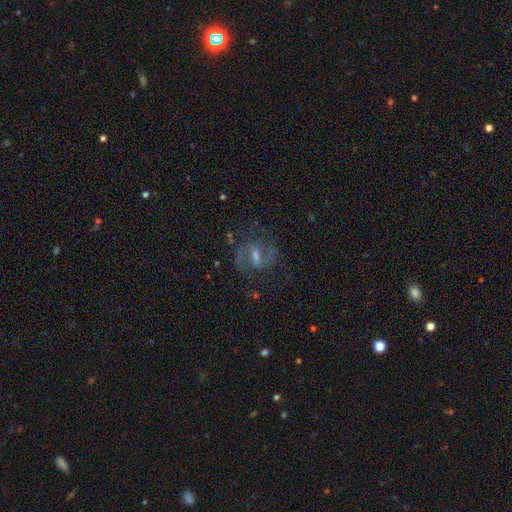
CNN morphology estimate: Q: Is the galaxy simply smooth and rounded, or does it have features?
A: featured or disk — 82%.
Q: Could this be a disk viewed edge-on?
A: no — 97%.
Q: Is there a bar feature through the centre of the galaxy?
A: weak — 51%.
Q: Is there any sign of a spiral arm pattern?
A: yes — 95%.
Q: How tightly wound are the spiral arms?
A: medium — 59%.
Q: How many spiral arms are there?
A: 2 — 89%.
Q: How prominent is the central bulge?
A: small — 41%.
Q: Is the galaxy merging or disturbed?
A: none — 73%.